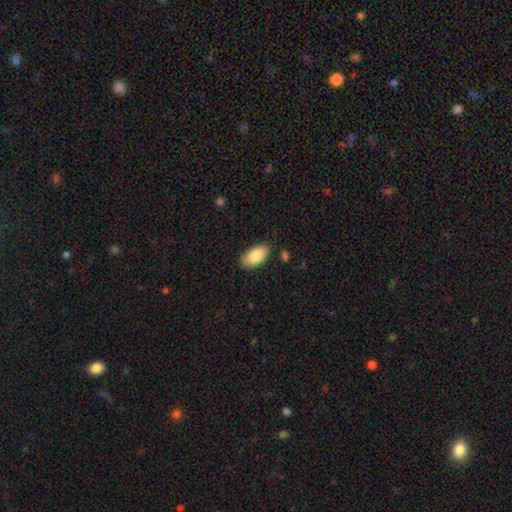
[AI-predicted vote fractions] Smooth or featured: smooth — 82% (featured or disk — 12%)
How rounded: in between — 95% (cigar-shaped — 3%)
Merging: none — 85% (minor disturbance — 11%)